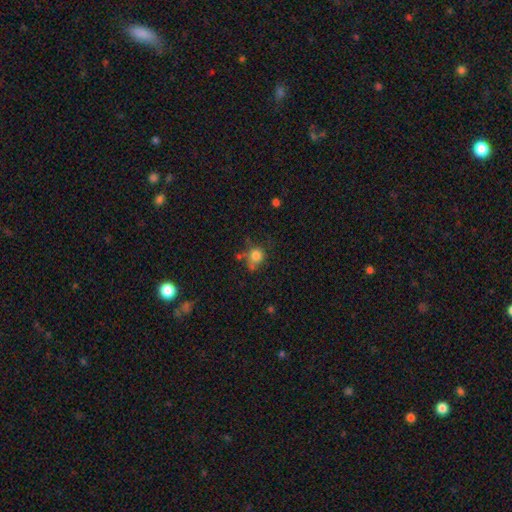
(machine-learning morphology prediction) A smooth galaxy with no disk features (78%) that is round (74%).

Vote fractions:
- Smooth or featured? smooth: 78% / star or artifact: 12% / featured or disk: 10%
- How rounded? round: 74% / in between: 25% / cigar-shaped: 1%
- Merging? none: 50% / minor disturbance: 25% / merger: 13% / major disturbance: 12%